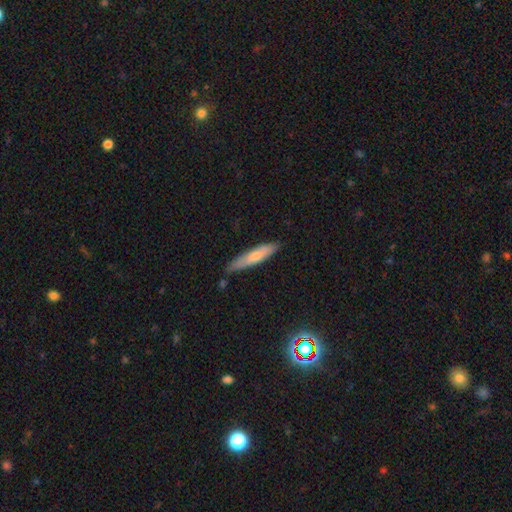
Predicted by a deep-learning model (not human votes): A smooth galaxy with no disk features (63%) that is cigar-shaped (88%). Merging: none (79%).